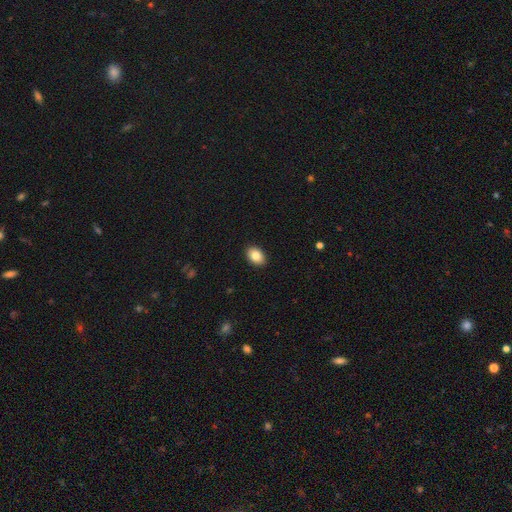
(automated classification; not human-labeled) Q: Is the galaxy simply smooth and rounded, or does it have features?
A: smooth — 85%.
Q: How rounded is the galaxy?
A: in between — 83%.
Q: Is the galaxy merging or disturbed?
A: none — 90%.